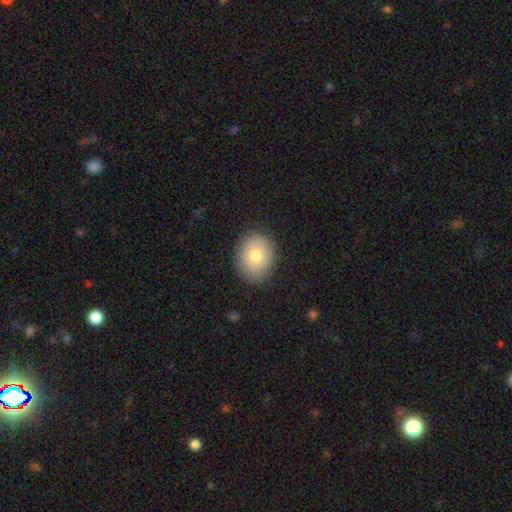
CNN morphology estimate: A smooth galaxy with no disk features (79%) that is round (51%).

Vote fractions:
- Smooth or featured? smooth: 79% / featured or disk: 13% / star or artifact: 8%
- How rounded? round: 51% / in between: 49% / cigar-shaped: 1%
- Merging? none: 85% / minor disturbance: 12% / major disturbance: 3% / merger: 1%